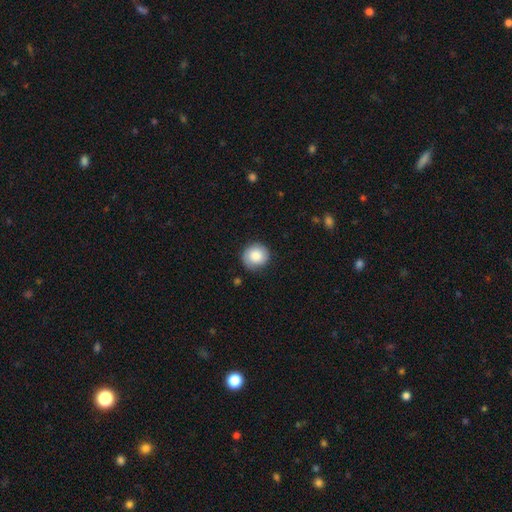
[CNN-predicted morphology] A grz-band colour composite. It shows a smooth galaxy with no disk features (83%) that is round (90%). Merging: none (83%).